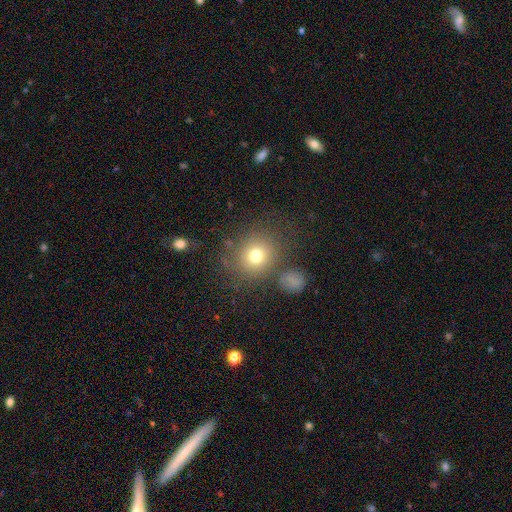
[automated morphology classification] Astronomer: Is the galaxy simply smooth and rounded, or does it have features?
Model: smooth — 74%.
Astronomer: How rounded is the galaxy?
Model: round — 80%.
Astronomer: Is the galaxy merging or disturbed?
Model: none — 72%.